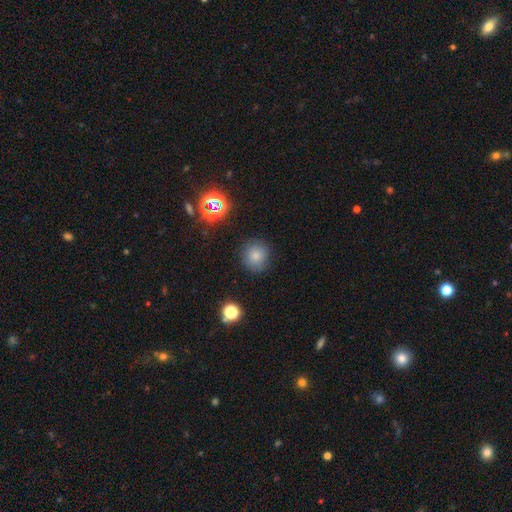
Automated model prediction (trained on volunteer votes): The model was most divided on "smooth or featured": smooth: 79%, star or artifact: 15%, featured or disk: 7%. More confident: how rounded — round (90%); merging — none (85%).